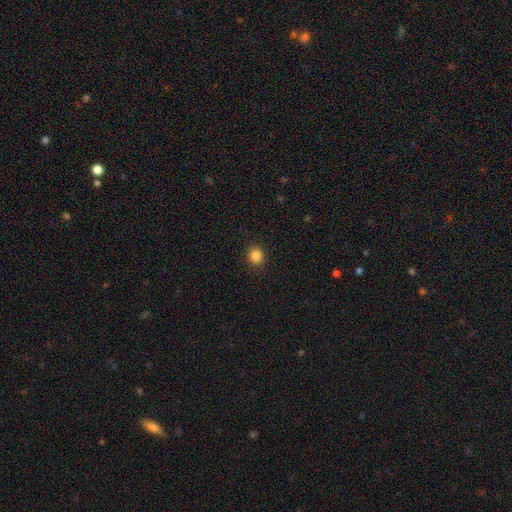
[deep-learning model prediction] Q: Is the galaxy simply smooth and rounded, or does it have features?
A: smooth — 85%.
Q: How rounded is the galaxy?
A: round — 81%.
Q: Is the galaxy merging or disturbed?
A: none — 91%.